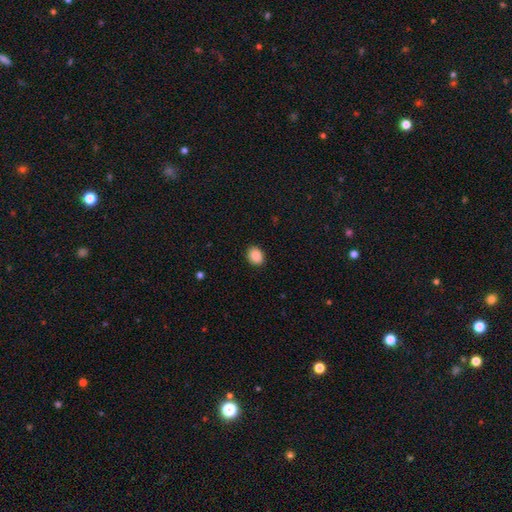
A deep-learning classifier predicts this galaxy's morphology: A smooth galaxy with no disk features (89%) that is round (50%).

Vote fractions:
- Smooth or featured? smooth: 89% / star or artifact: 9% / featured or disk: 2%
- How rounded? round: 50% / in between: 49% / cigar-shaped: 1%
- Merging? none: 89% / minor disturbance: 8% / major disturbance: 2% / merger: 1%